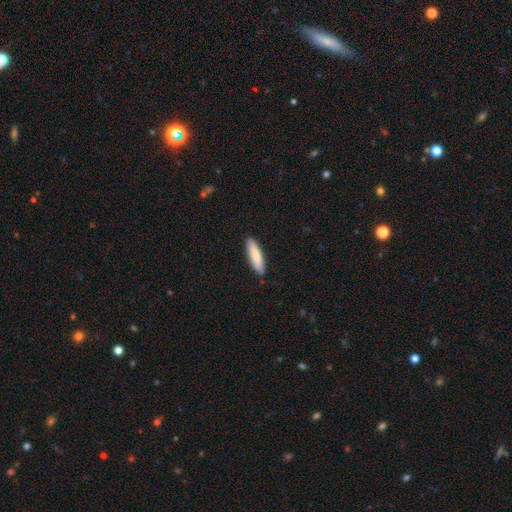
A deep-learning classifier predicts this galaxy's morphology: This appears to be a smooth galaxy with no disk features (83%) that is cigar-shaped (69%). Merging: none (87%).